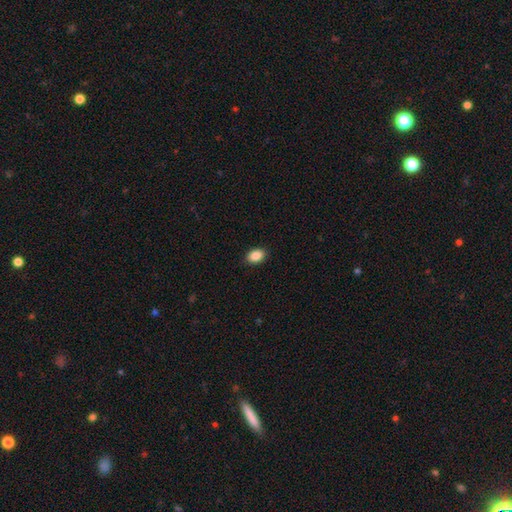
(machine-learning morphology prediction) Smooth or featured? Predicted: smooth (p=0.89). How rounded? Predicted: in between (p=0.84). Merging? Predicted: none (p=0.90).